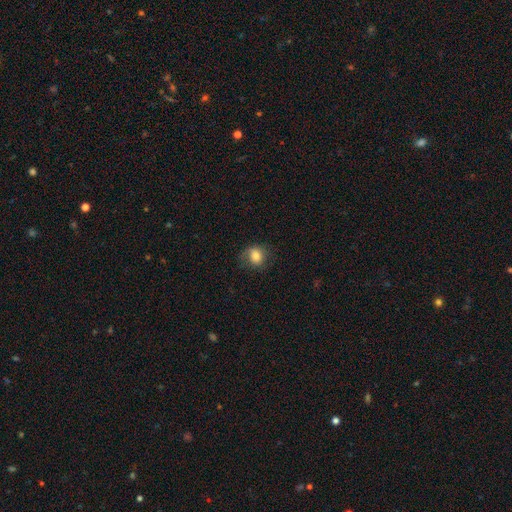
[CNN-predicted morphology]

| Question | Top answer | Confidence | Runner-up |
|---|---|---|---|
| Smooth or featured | smooth | 79% | featured or disk (12%) |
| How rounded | round | 64% | in between (35%) |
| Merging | none | 67% | minor disturbance (22%) |